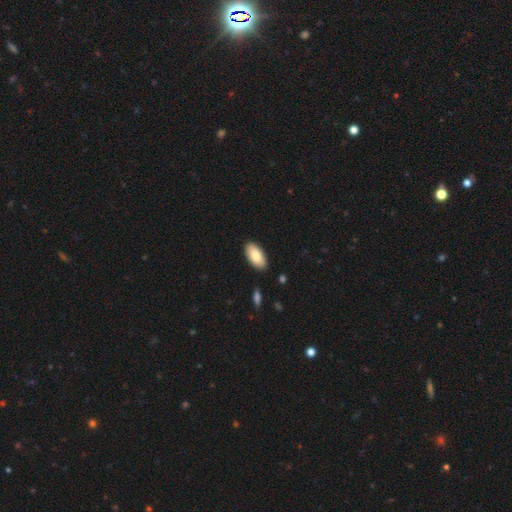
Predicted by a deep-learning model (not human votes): Smooth or featured?
  - smooth: 84% *
  - featured or disk: 11%
  - star or artifact: 6%
How rounded?
  - in between: 93% *
  - cigar-shaped: 5%
  - round: 2%
Merging?
  - none: 88% *
  - minor disturbance: 9%
  - major disturbance: 2%
  - merger: 1%